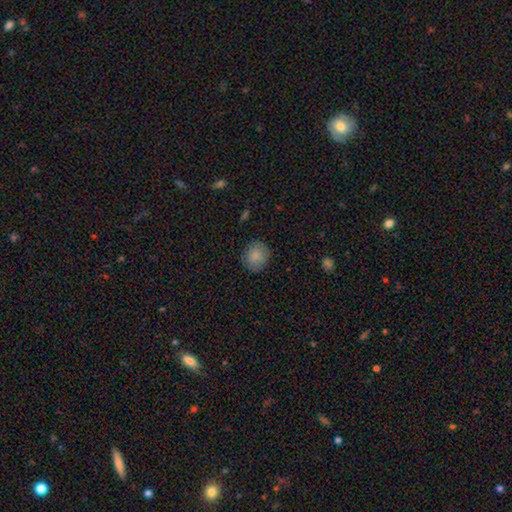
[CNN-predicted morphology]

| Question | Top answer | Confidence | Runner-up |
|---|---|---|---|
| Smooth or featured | smooth | 86% | star or artifact (8%) |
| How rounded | round | 83% | in between (16%) |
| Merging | none | 86% | minor disturbance (10%) |